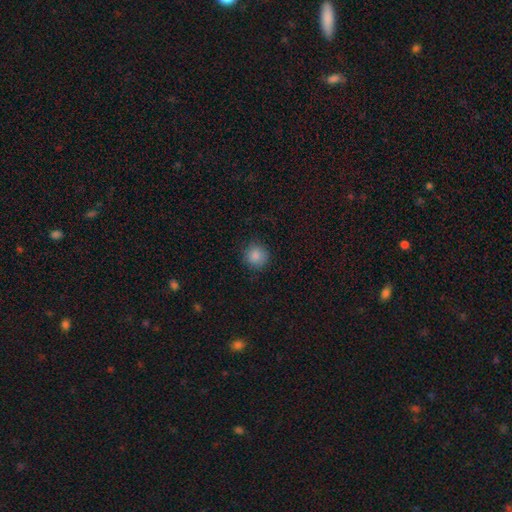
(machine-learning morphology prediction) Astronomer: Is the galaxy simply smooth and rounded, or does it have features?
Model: smooth — 86%.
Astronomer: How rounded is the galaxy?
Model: round — 93%.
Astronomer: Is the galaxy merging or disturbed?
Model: none — 87%.